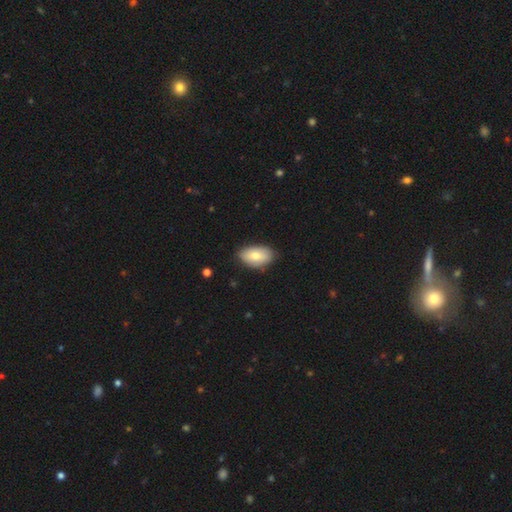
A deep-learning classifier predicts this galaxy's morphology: The model was most divided on "smooth or featured": smooth: 76%, featured or disk: 18%, star or artifact: 6%. More confident: how rounded — in between (93%); merging — none (77%).